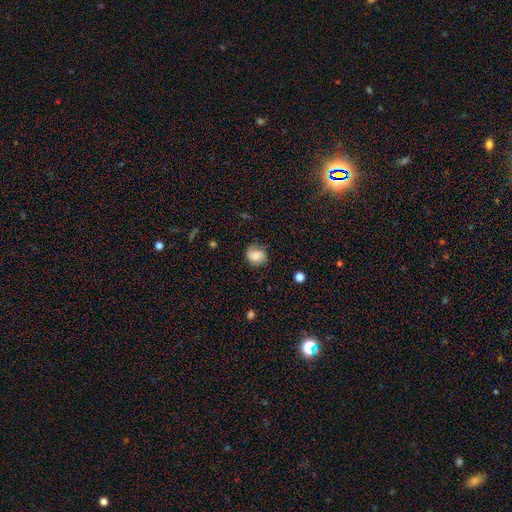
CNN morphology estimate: Smooth or featured? smooth (68%)
How rounded? round (72%)
Merging? none (69%)